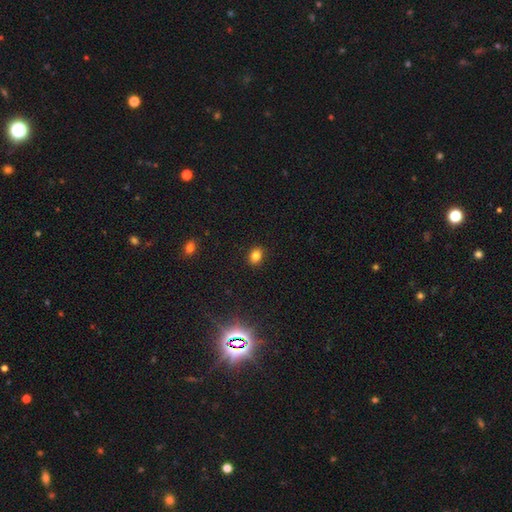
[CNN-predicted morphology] smooth-or-featured: smooth: 81% | star or artifact: 12% | featured or disk: 6%
  how-rounded: in between: 60% | round: 39% | cigar-shaped: 1%
  merging: none: 89% | minor disturbance: 8% | major disturbance: 2% | merger: 1%